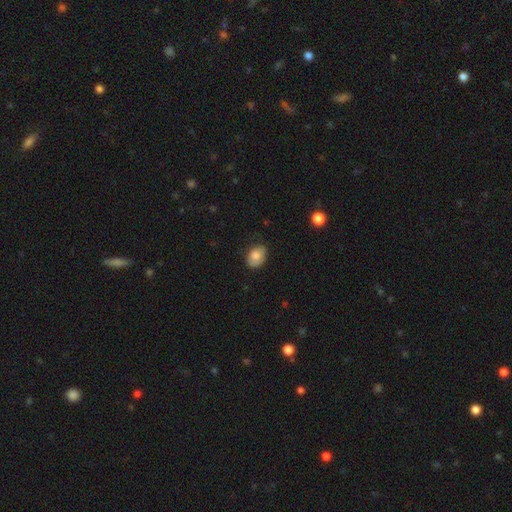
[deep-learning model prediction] The model was most divided on "how rounded": in between: 73%, round: 26%, cigar-shaped: 1%. More confident: smooth or featured — smooth (81%); merging — none (74%).